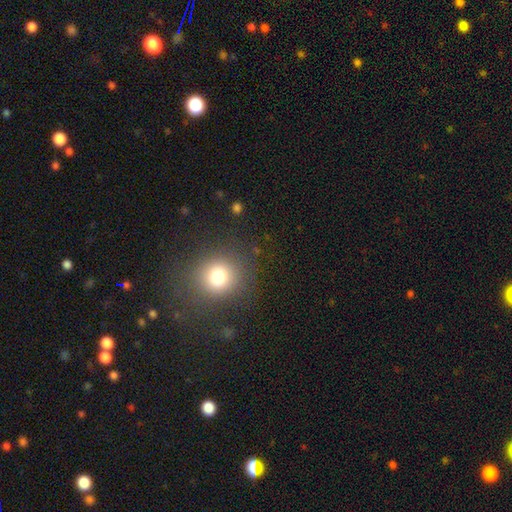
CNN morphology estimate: type=smooth (64%); roundness=round (87%); merging=none (89%).